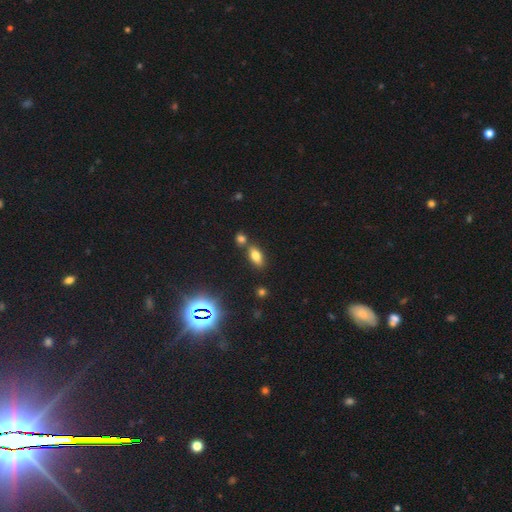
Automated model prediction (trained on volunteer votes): Q: Smooth or featured?
A: smooth (72%); runner-up: star or artifact (17%)
Q: How rounded?
A: in between (84%); runner-up: cigar-shaped (9%)
Q: Merging?
A: none (69%); runner-up: merger (18%)